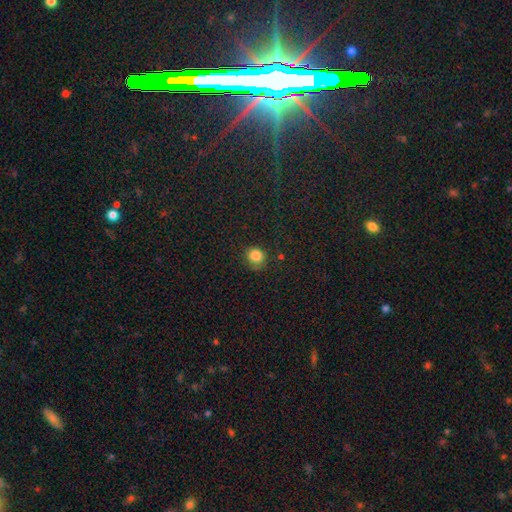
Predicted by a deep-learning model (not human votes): Smooth or featured: smooth — 84% (star or artifact — 11%)
How rounded: round — 85% (in between — 14%)
Merging: none — 75% (minor disturbance — 18%)